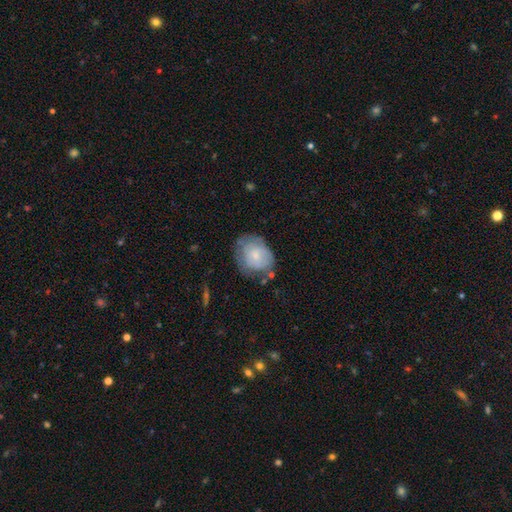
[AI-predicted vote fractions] smooth_or_featured: smooth (p=0.59) [alt: featured or disk p=0.34]
how_rounded: round (p=0.50) [alt: in between p=0.49]
merging: none (p=0.53) [alt: minor disturbance p=0.31]